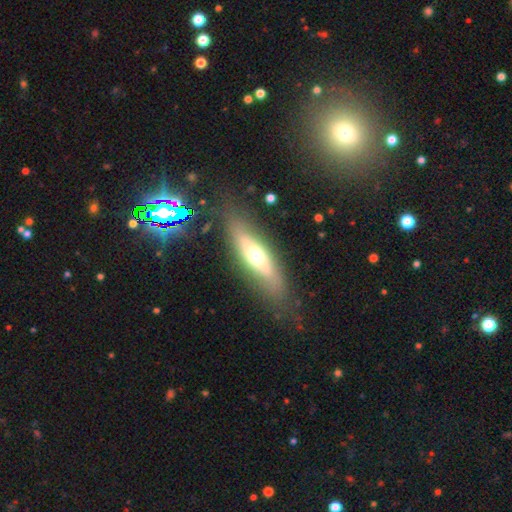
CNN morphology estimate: type=smooth (47%); merging=none (78%).